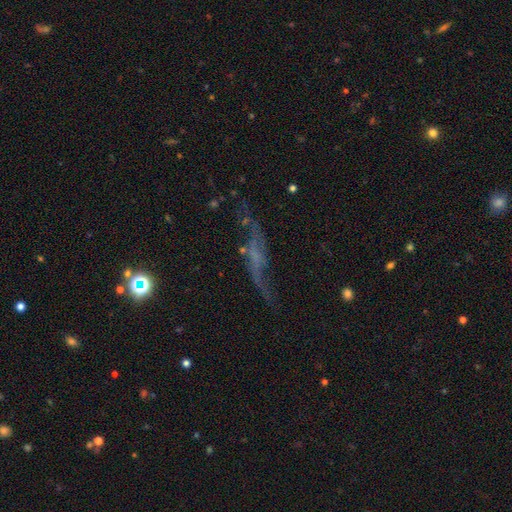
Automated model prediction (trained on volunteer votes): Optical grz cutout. It shows a featured or disk galaxy (64%). Merging: none (54%).